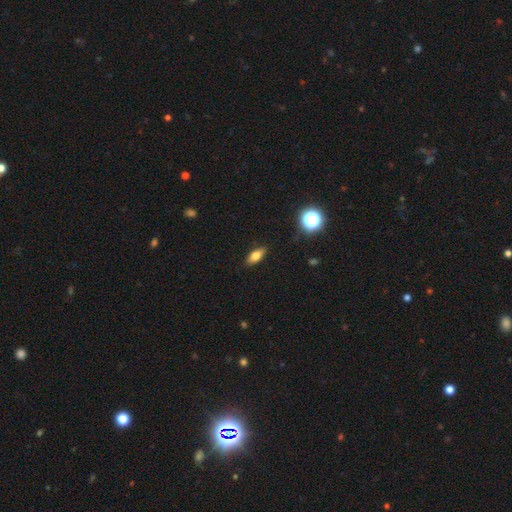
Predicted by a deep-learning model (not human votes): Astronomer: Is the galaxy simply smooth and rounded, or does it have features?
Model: smooth — 68%.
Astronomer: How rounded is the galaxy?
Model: in between — 72%.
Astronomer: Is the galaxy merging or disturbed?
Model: none — 88%.